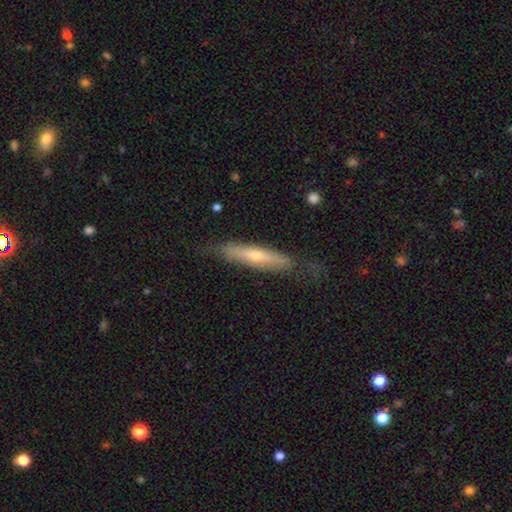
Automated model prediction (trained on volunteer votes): Smooth or featured? Predicted: featured or disk (p=0.49). Merging? Predicted: none (p=0.76).